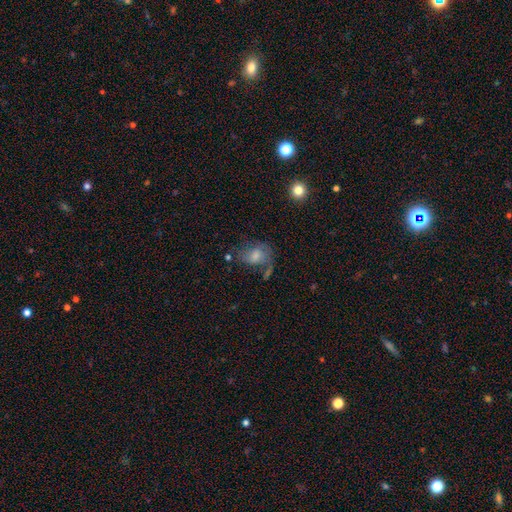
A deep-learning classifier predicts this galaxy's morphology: This appears to be a smooth galaxy with no disk features (54%) that is in between round and cigar-shaped (69%). Merging: none (36%).